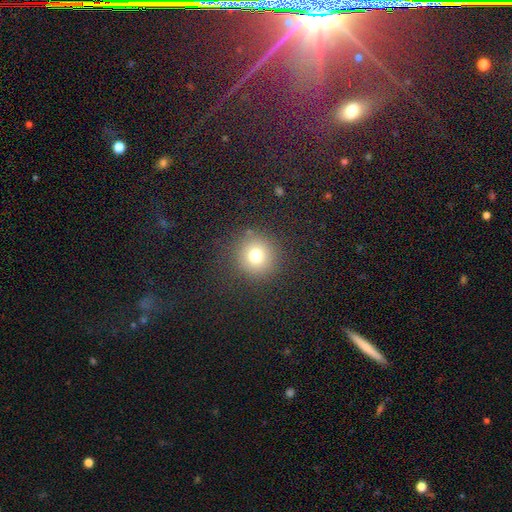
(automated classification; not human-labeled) Overall: smooth (75%). How rounded: round (94%). Merging: none (88%).